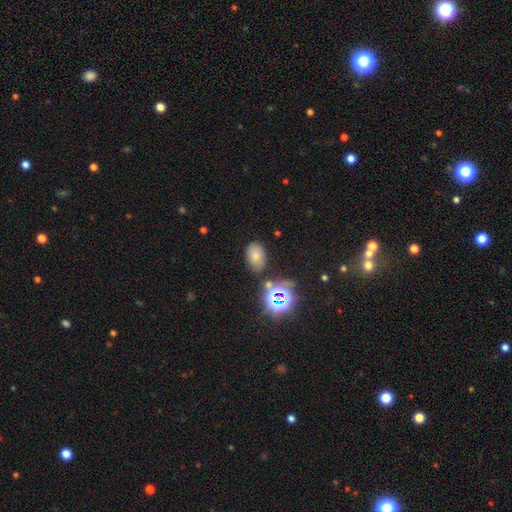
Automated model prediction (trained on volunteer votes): smooth-or-featured: smooth: 63% | star or artifact: 22% | featured or disk: 14%
  how-rounded: in between: 84% | round: 15% | cigar-shaped: 1%
  merging: none: 77% | minor disturbance: 14% | merger: 4% | major disturbance: 4%